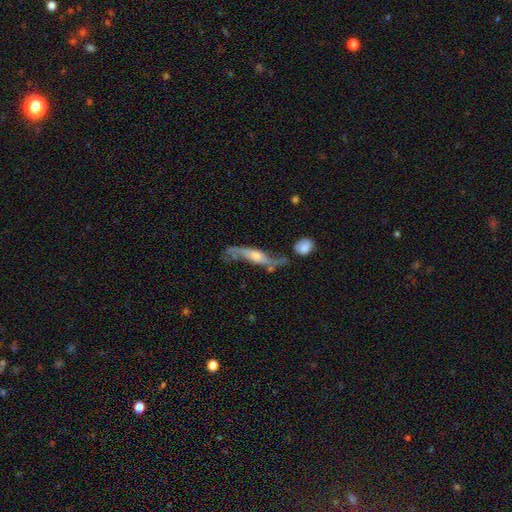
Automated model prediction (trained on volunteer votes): This appears to be a featured or disk galaxy (75%). Merging: none (44%).